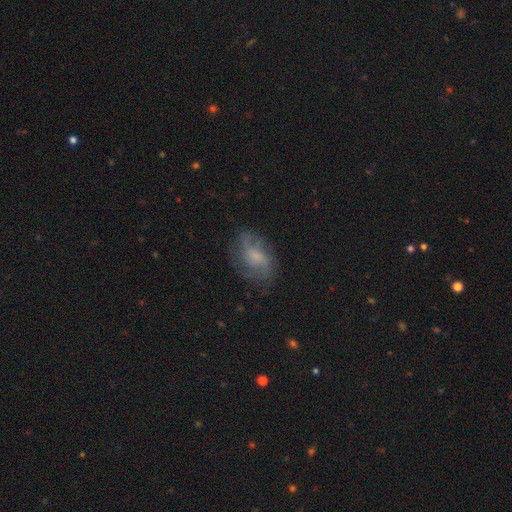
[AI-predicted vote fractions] Smooth or featured: featured or disk — 63% (smooth — 28%)
Edge-on disk: no — 96% (yes — 4%)
Bar: no — 55% (weak — 38%)
Spiral arms: yes — 85% (no — 15%)
Spiral winding: medium — 41% (loose — 40%)
Spiral arm count: 2 — 48% (can't tell — 23%)
Bulge size: moderate — 32% (small — 29%)
Merging: none — 66% (minor disturbance — 20%)